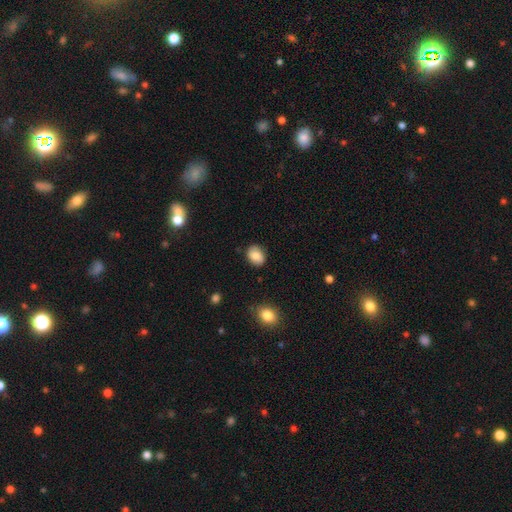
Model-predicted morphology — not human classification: type=smooth (86%); roundness=in between (61%); merging=none (84%).